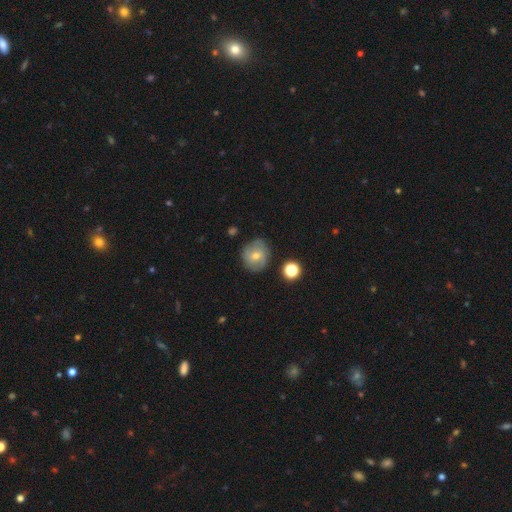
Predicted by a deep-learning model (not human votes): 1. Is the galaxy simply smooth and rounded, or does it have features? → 47% featured or disk, 43% smooth, 10% star or artifact.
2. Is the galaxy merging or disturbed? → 78% none, 16% minor disturbance, 4% major disturbance, 3% merger.